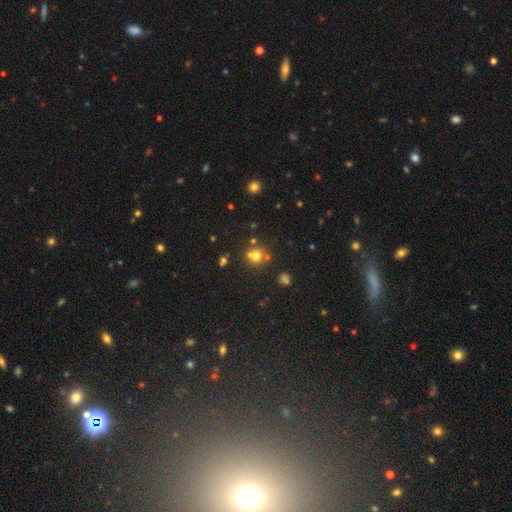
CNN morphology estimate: Overall: smooth (65%). How rounded: round (81%). Merging: none (57%; merger 27%).